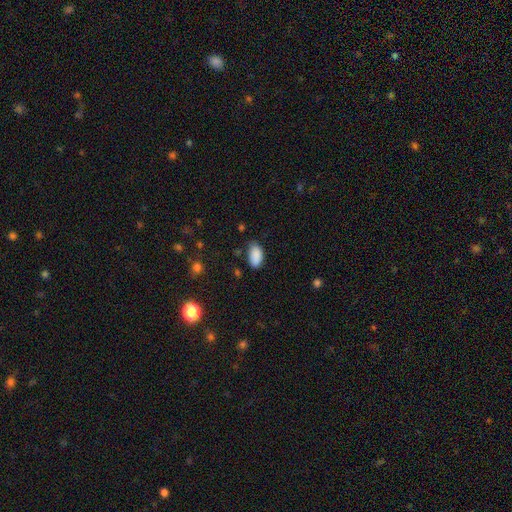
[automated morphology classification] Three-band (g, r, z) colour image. It shows a smooth galaxy with no disk features (88%) that is in between round and cigar-shaped (94%). Merging: none (73%).